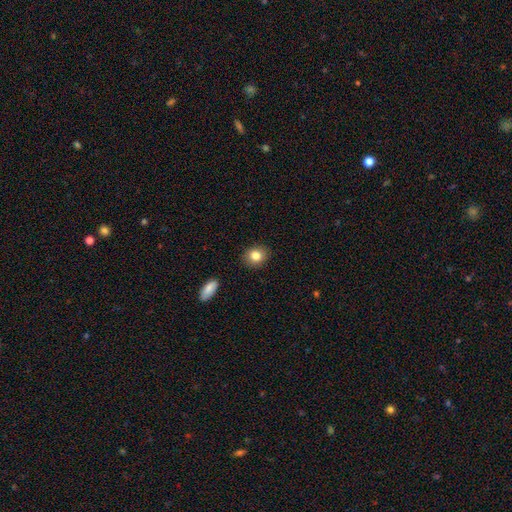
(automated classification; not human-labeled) Smooth or featured? Predicted: smooth (p=0.83). How rounded? Predicted: round (p=0.63). Merging? Predicted: none (p=0.89).